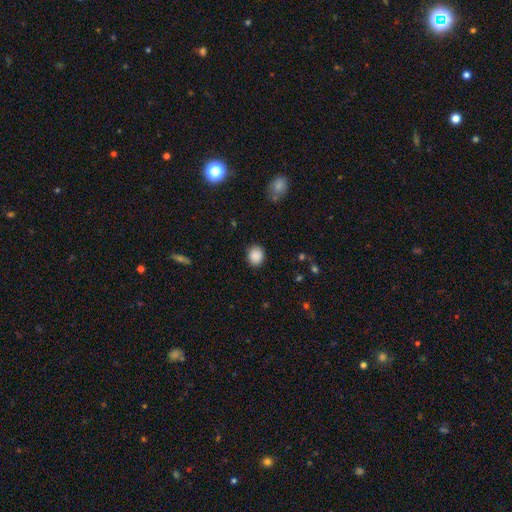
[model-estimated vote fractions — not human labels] smooth-or-featured: smooth: 89% | star or artifact: 8% | featured or disk: 3%
  how-rounded: round: 72% | in between: 27% | cigar-shaped: 1%
  merging: none: 88% | minor disturbance: 8% | major disturbance: 2% | merger: 1%